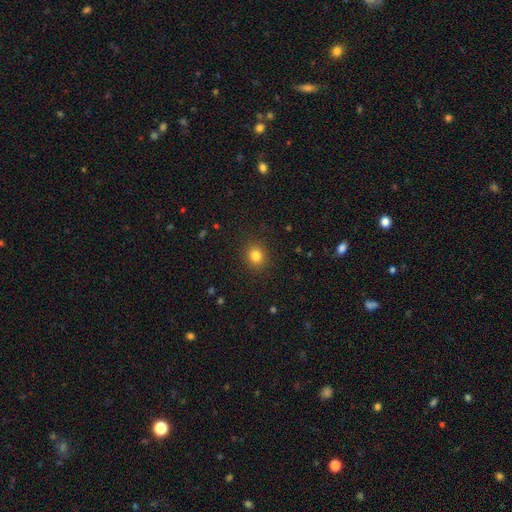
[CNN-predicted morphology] Smooth or featured?
  - smooth: 82% *
  - star or artifact: 12%
  - featured or disk: 6%
How rounded?
  - round: 80% *
  - in between: 20%
  - cigar-shaped: 1%
Merging?
  - none: 90% *
  - minor disturbance: 7%
  - major disturbance: 2%
  - merger: 1%